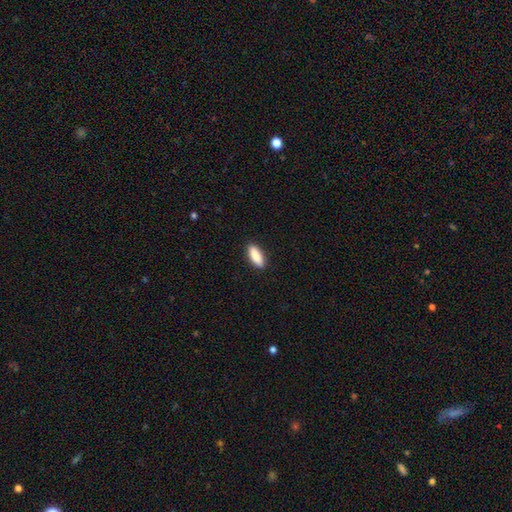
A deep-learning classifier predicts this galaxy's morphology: Smooth or featured? smooth (88%)
How rounded? in between (69%)
Merging? none (90%)